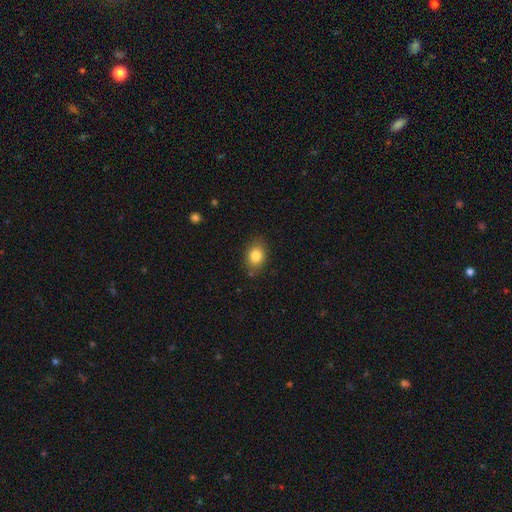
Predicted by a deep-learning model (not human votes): Smooth or featured: smooth — 83% (star or artifact — 9%)
How rounded: in between — 63% (round — 36%)
Merging: none — 82% (minor disturbance — 13%)